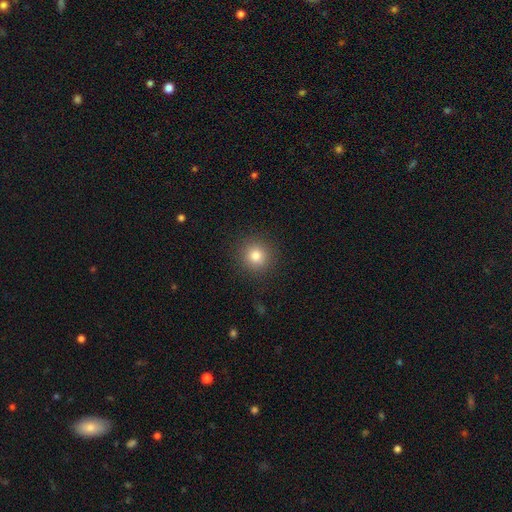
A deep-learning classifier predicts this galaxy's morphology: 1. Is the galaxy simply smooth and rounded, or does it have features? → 81% smooth, 12% star or artifact, 7% featured or disk.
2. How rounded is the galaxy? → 93% round, 6% in between, 1% cigar-shaped.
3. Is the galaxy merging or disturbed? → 91% none, 6% minor disturbance, 2% major disturbance, 1% merger.